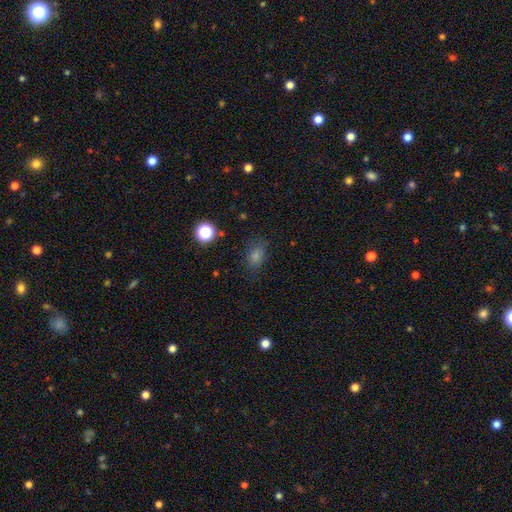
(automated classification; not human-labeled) smooth 70%, star or artifact 22%, featured or disk 8%. Down the decision tree: how rounded — in between (73%); merging — none (81%).